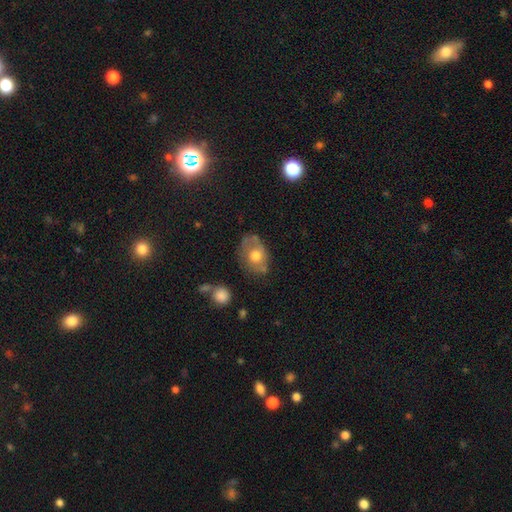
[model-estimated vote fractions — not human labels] Q: Smooth or featured?
A: smooth (60%); runner-up: featured or disk (33%)
Q: How rounded?
A: in between (73%); runner-up: round (26%)
Q: Merging?
A: none (58%); runner-up: minor disturbance (28%)